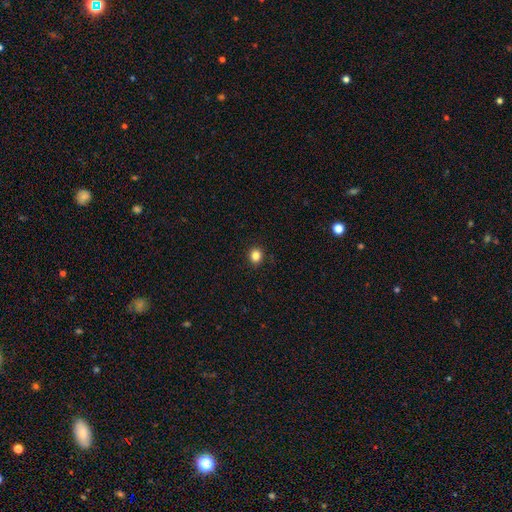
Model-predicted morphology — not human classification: A smooth galaxy with no disk features (84%) that is round (78%). Merging: none (92%).